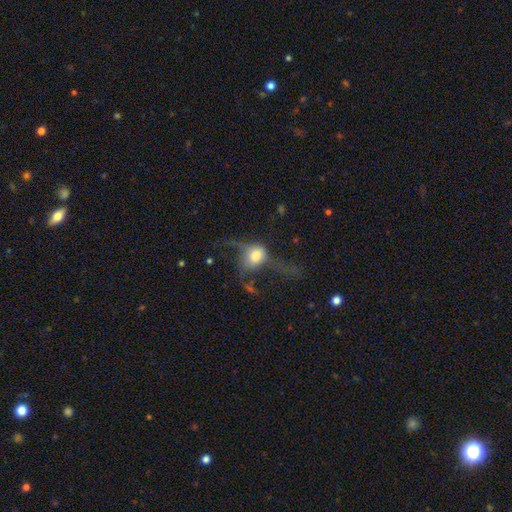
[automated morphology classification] smooth 50%, featured or disk 39%, star or artifact 11%. Down the decision tree: how rounded — round (58%); merging — major disturbance (50%).